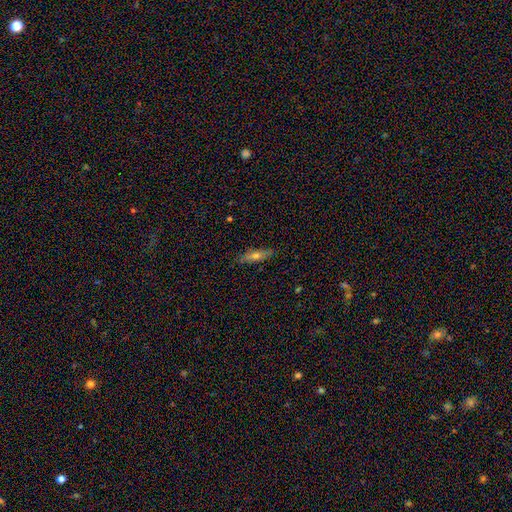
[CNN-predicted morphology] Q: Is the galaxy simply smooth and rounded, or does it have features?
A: smooth — 54%.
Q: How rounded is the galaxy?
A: cigar-shaped — 63%.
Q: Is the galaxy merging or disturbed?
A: none — 87%.